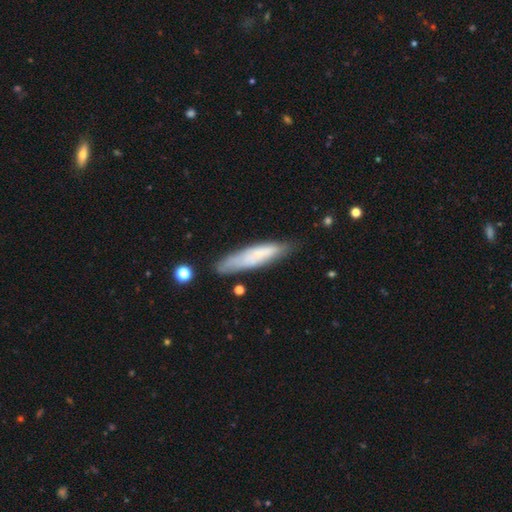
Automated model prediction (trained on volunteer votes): Smooth or featured?
  - smooth: 63% *
  - featured or disk: 30%
  - star or artifact: 7%
How rounded?
  - cigar-shaped: 77% *
  - in between: 21%
  - round: 1%
Merging?
  - none: 73% *
  - minor disturbance: 19%
  - major disturbance: 5%
  - merger: 3%